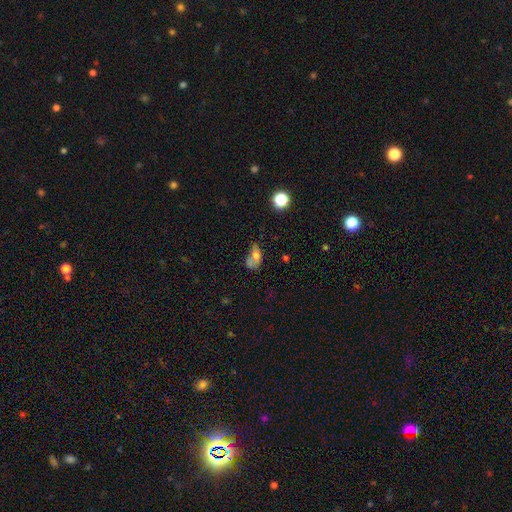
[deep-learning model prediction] Smooth or featured?
  - smooth: 64% *
  - featured or disk: 23%
  - star or artifact: 14%
How rounded?
  - in between: 74% *
  - round: 23%
  - cigar-shaped: 4%
Merging?
  - merger: 33% *
  - major disturbance: 24%
  - none: 22%
  - minor disturbance: 21%